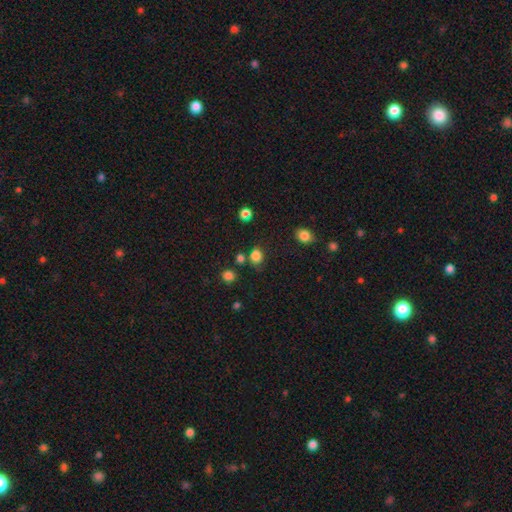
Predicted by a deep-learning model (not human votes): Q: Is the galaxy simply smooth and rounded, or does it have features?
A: smooth — 81%.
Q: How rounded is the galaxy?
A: round — 57%.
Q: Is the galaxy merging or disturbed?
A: none — 69%.